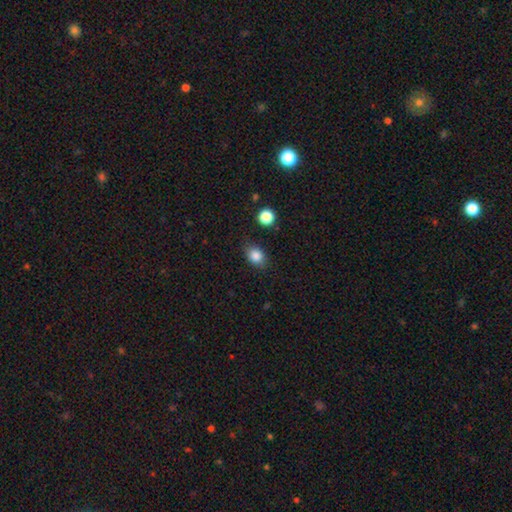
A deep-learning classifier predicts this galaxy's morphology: The model was most divided on "how rounded": in between: 62%, round: 37%, cigar-shaped: 1%. More confident: smooth or featured — smooth (85%); merging — none (80%).